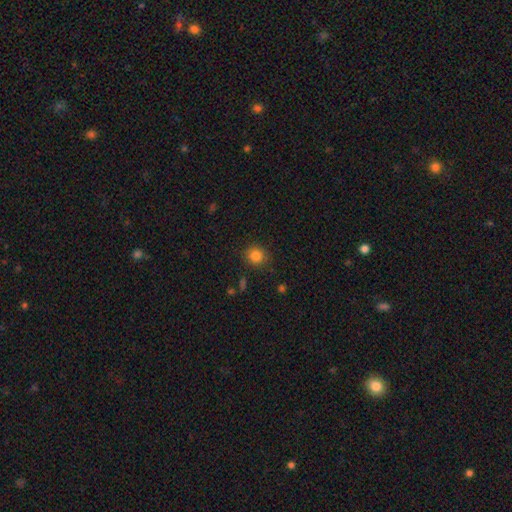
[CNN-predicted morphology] Q: Smooth or featured?
A: smooth (83%); runner-up: star or artifact (11%)
Q: How rounded?
A: round (87%); runner-up: in between (12%)
Q: Merging?
A: none (87%); runner-up: minor disturbance (9%)